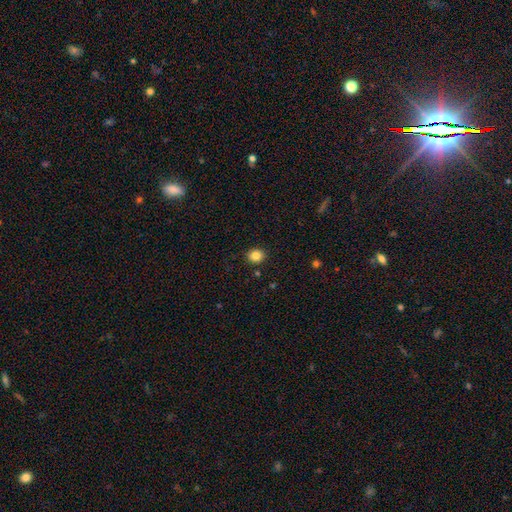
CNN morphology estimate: smooth 84%, star or artifact 11%, featured or disk 5%. Down the decision tree: how rounded — round (73%); merging — none (90%).